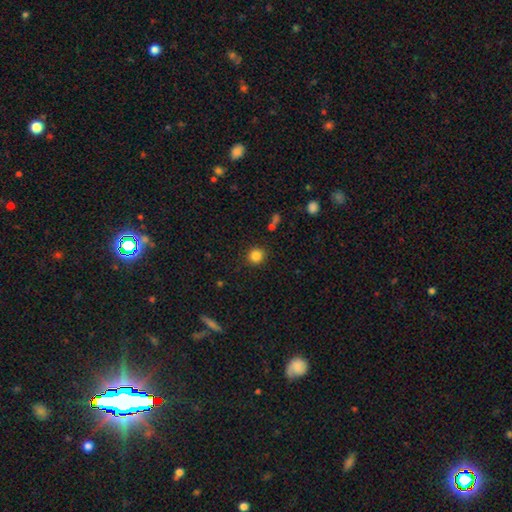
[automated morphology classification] smooth 83%, star or artifact 12%, featured or disk 5%. Down the decision tree: how rounded — round (89%); merging — none (89%).